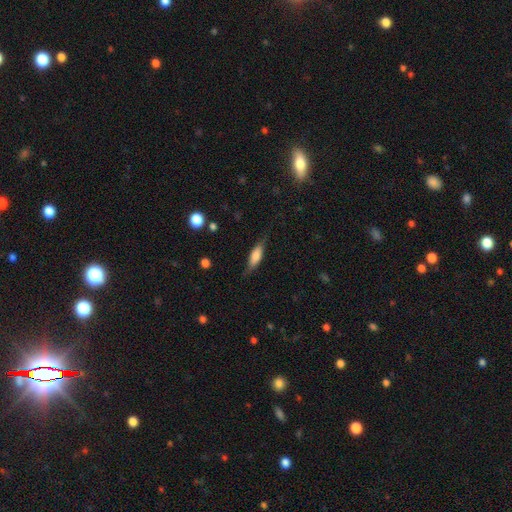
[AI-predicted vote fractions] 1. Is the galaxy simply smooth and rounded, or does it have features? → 67% smooth, 26% featured or disk, 7% star or artifact.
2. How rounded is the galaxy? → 54% in between, 43% cigar-shaped, 3% round.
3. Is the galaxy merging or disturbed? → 73% none, 20% minor disturbance, 6% major disturbance, 1% merger.